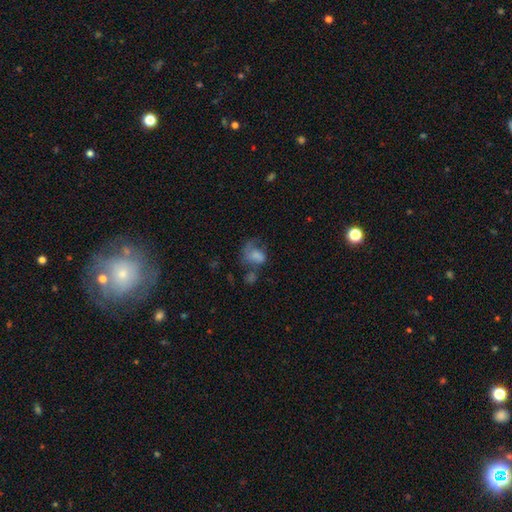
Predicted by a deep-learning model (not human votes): smooth_or_featured: smooth (p=0.59) [alt: featured or disk p=0.29]
how_rounded: in between (p=0.67) [alt: round p=0.32]
merging: major disturbance (p=0.41) [alt: none p=0.23]